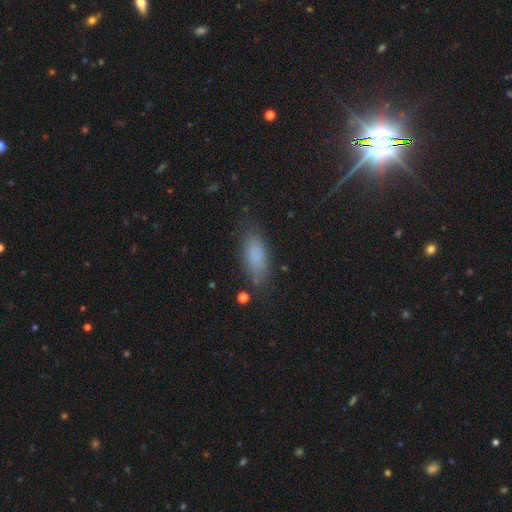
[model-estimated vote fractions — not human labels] Overall: smooth (81%). How rounded: in between (79%). Merging: none (75%).